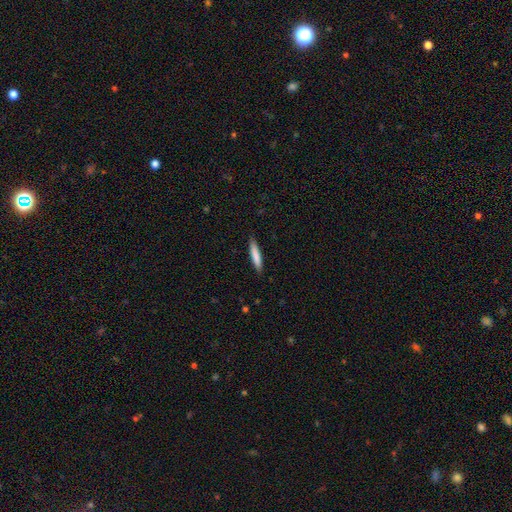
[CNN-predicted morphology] smooth-or-featured: smooth: 80% | featured or disk: 14% | star or artifact: 5%
  how-rounded: cigar-shaped: 91% | in between: 8% | round: 1%
  merging: none: 89% | minor disturbance: 8% | major disturbance: 2% | merger: 1%